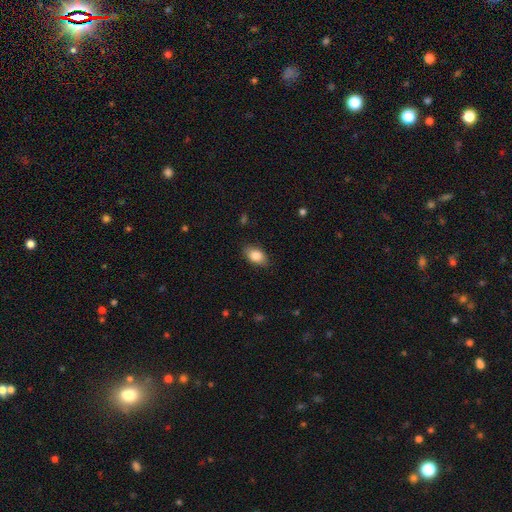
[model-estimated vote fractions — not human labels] This is clearly a smooth galaxy (86%). How rounded: clearly in between (90%). Merging: clearly none (85%).